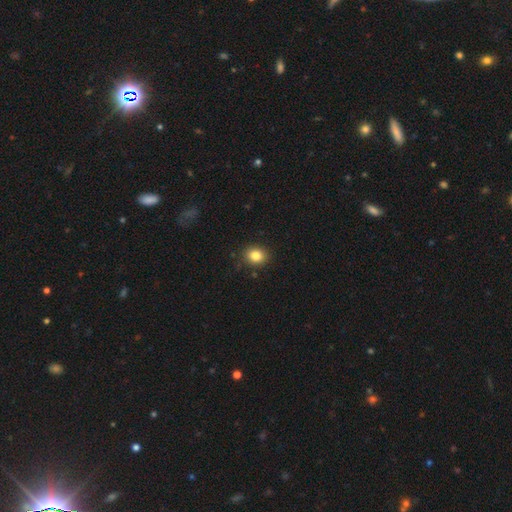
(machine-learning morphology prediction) A smooth galaxy with no disk features (84%) that is round (61%). Merging: none (88%).